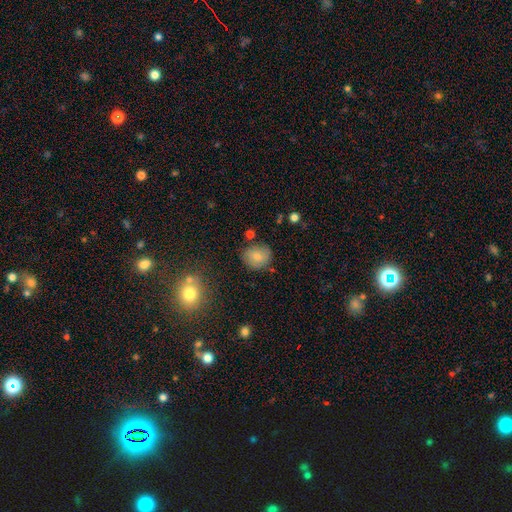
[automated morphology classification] Overall: smooth (77%). How rounded: round (75%). Merging: none (78%).